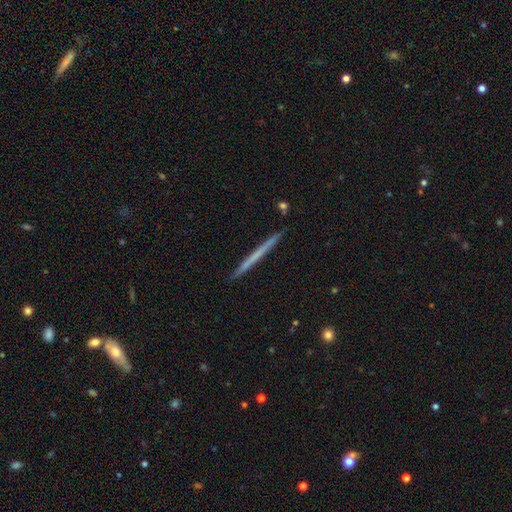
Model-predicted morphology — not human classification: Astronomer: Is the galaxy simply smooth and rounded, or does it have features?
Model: smooth — 49% (runner-up: featured or disk, 46%).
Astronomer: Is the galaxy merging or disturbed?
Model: none — 92%.